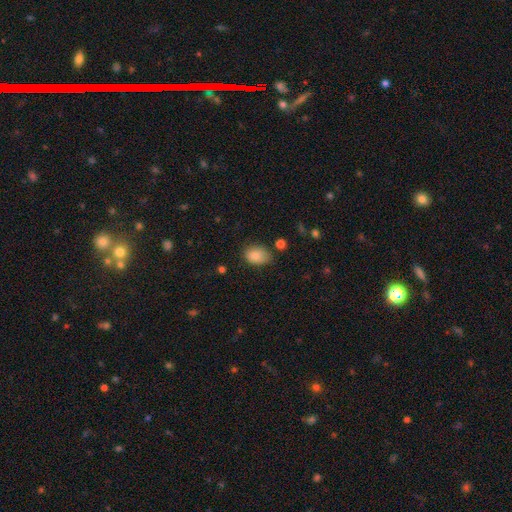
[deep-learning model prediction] smooth 84%, star or artifact 9%, featured or disk 7%. Down the decision tree: how rounded — in between (76%); merging — none (67%).